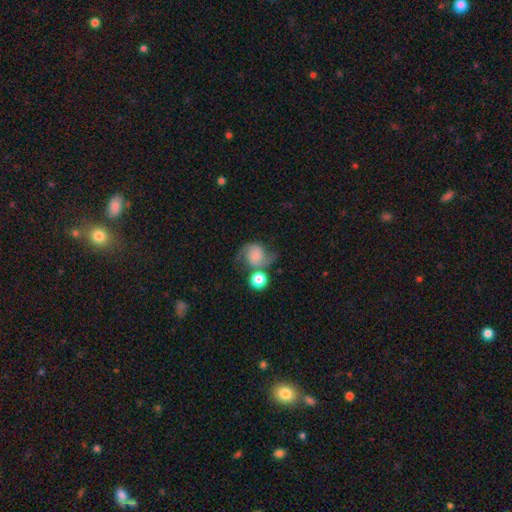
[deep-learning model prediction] A featured or disk galaxy (67%) with no bar (74%), 2 (92%) loose (50%) spiral arms (94%) and a small central bulge (48%).

Vote fractions:
- Smooth or featured? featured or disk: 67% / smooth: 24% / star or artifact: 9%
- Edge-on disk? no: 98% / yes: 2%
- Bar? no: 74% / weak: 21% / strong: 5%
- Spiral arms? yes: 94% / no: 6%
- Spiral winding? loose: 50% / medium: 38% / tight: 11%
- Spiral arm count? 2: 92% / can't tell: 3% / 1: 2% / 3: 1% / 4: 1% / more than 4: 1%
- Bulge size? small: 48% / none: 22% / moderate: 17% / large: 7% / dominant: 6%
- Merging? none: 51% / merger: 19% / minor disturbance: 18% / major disturbance: 11%